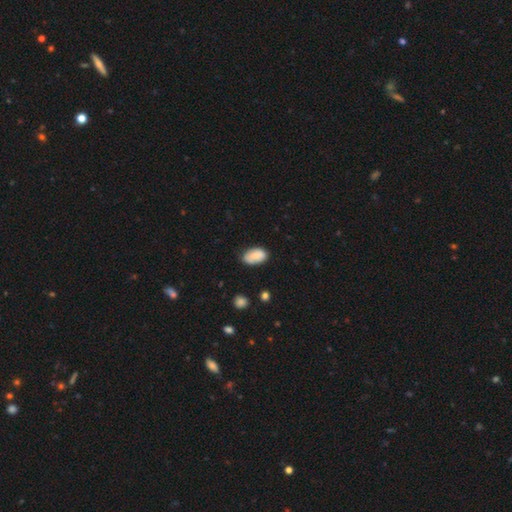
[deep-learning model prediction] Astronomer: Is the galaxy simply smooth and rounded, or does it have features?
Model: smooth — 79%.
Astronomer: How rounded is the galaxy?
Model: in between — 94%.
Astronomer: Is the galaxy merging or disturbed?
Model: none — 70%.